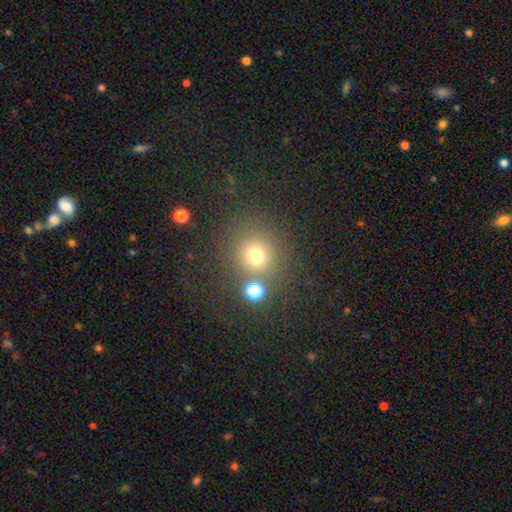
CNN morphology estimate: This is likely a smooth galaxy (70%). How rounded: clearly round (91%). Merging: likely none (76%).